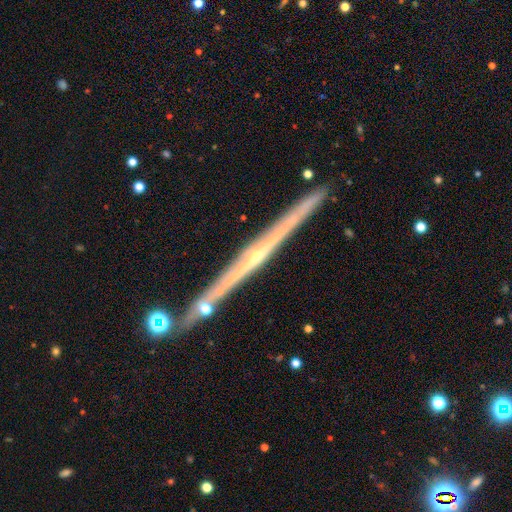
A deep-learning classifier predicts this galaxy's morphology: Smooth or featured?
  - featured or disk: 82% *
  - smooth: 10%
  - star or artifact: 7%
Edge-on disk?
  - yes: 98% *
  - no: 2%
Edge-on bulge?
  - rounded: 52% *
  - none: 44%
  - boxy: 4%
Merging?
  - none: 86% *
  - minor disturbance: 8%
  - merger: 4%
  - major disturbance: 2%